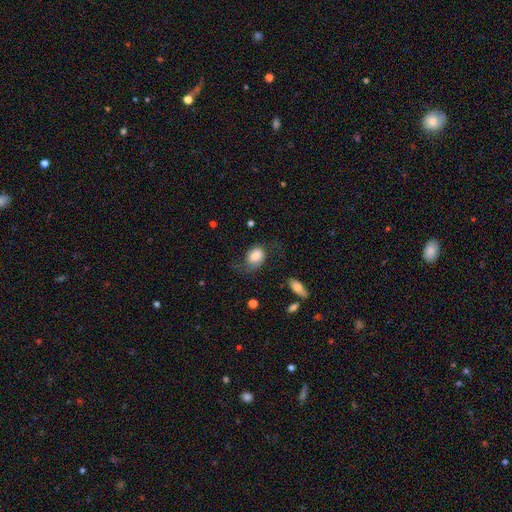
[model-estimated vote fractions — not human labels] A smooth galaxy with no disk features (71%) that is in between round and cigar-shaped (73%).

Vote fractions:
- Smooth or featured? smooth: 71% / featured or disk: 21% / star or artifact: 8%
- How rounded? in between: 73% / round: 26% / cigar-shaped: 1%
- Merging? none: 48% / minor disturbance: 26% / major disturbance: 24% / merger: 2%